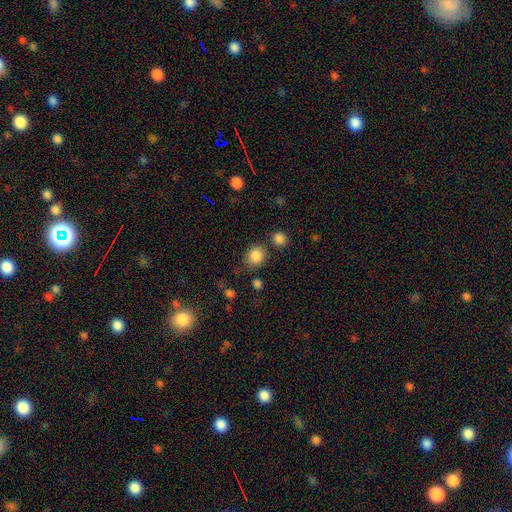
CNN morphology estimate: type=smooth (85%); roundness=round (73%); merging=none (75%).